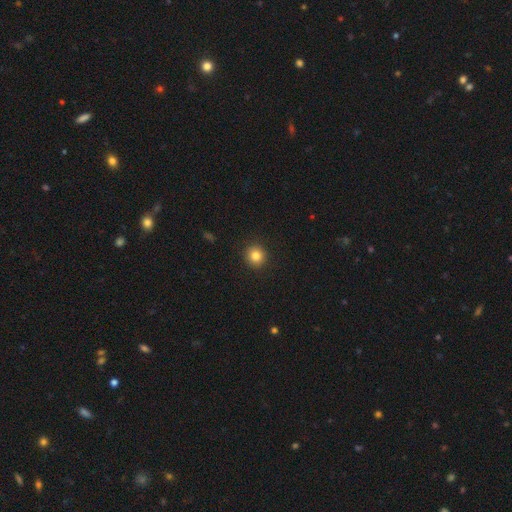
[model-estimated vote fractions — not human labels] A smooth galaxy with no disk features (84%) that is round (92%). Merging: none (92%).